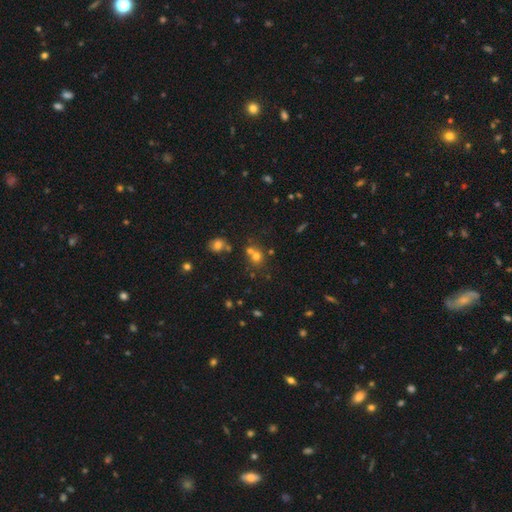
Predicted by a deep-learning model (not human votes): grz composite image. It shows a smooth galaxy with no disk features (62%) that is round (83%). Merging: none (51%).